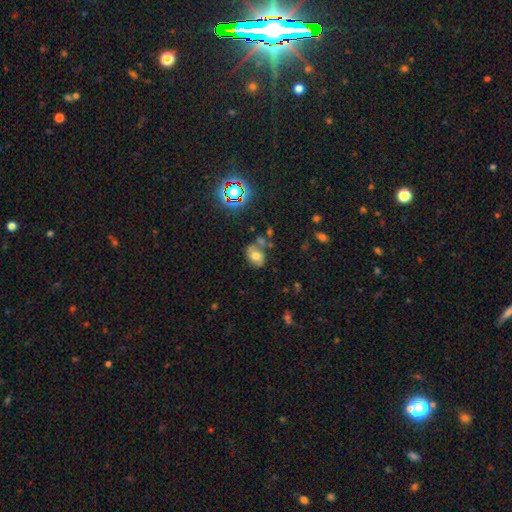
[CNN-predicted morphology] type=smooth (54%); roundness=in between (56%); merging=none (51%).